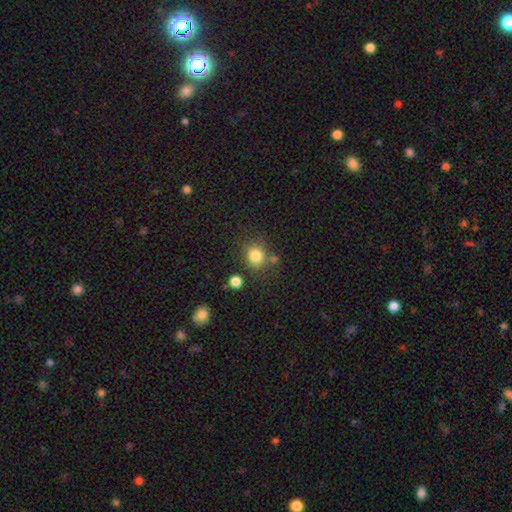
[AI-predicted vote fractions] smooth-or-featured: smooth: 82% | star or artifact: 12% | featured or disk: 6%
  how-rounded: round: 80% | in between: 19% | cigar-shaped: 1%
  merging: none: 74% | minor disturbance: 12% | merger: 9% | major disturbance: 4%